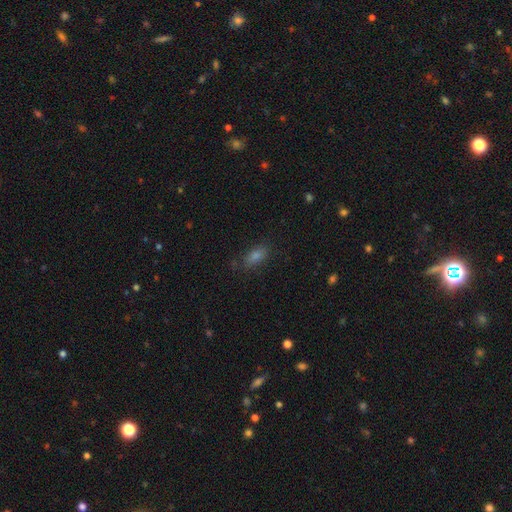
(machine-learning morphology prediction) This appears to be a smooth galaxy with no disk features (67%) that is in between round and cigar-shaped (80%). Merging: none (80%).